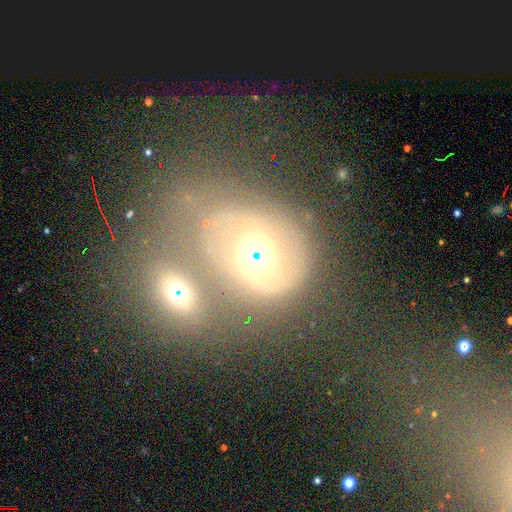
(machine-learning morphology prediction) This appears to be a featured or disk galaxy (71%) with no bar (66%), 2 (47%) medium (40%) spiral arms (85%) and a moderate central bulge (58%). Merging: merger (51%).